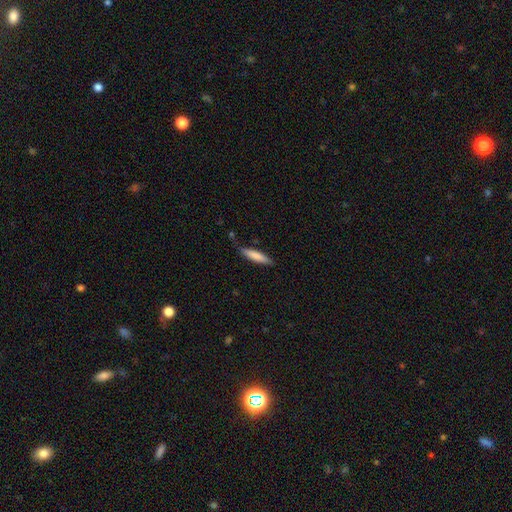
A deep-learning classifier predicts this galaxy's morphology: Smooth or featured?
  - smooth: 79% *
  - featured or disk: 15%
  - star or artifact: 5%
How rounded?
  - cigar-shaped: 83% *
  - in between: 16%
  - round: 1%
Merging?
  - none: 79% *
  - minor disturbance: 16%
  - major disturbance: 3%
  - merger: 2%